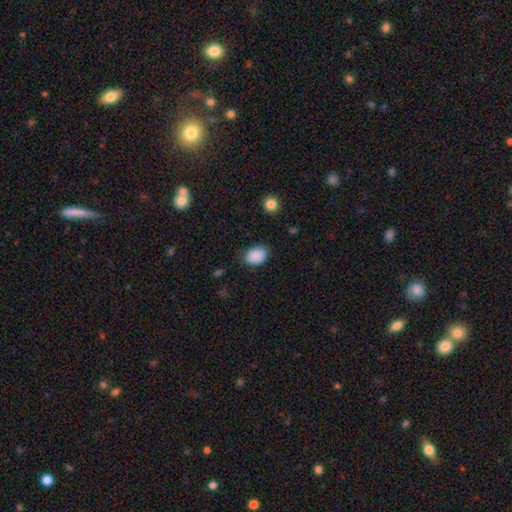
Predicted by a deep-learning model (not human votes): smooth-or-featured: smooth: 89% | star or artifact: 8% | featured or disk: 3%
  how-rounded: in between: 76% | round: 23% | cigar-shaped: 1%
  merging: none: 79% | minor disturbance: 16% | major disturbance: 3% | merger: 1%